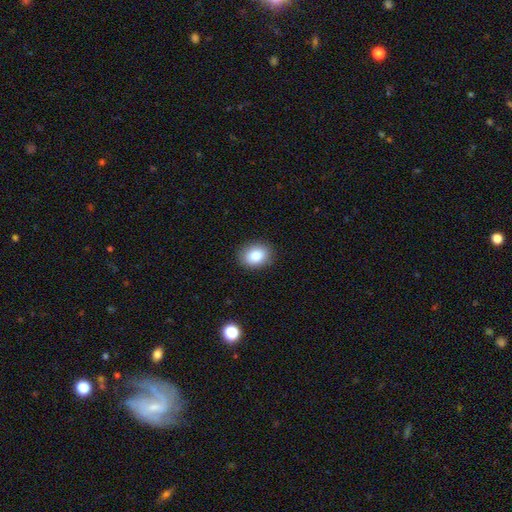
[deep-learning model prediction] Smooth or featured?
  - smooth: 84% *
  - star or artifact: 9%
  - featured or disk: 7%
How rounded?
  - in between: 54% *
  - round: 45%
  - cigar-shaped: 1%
Merging?
  - none: 89% *
  - minor disturbance: 8%
  - major disturbance: 2%
  - merger: 1%